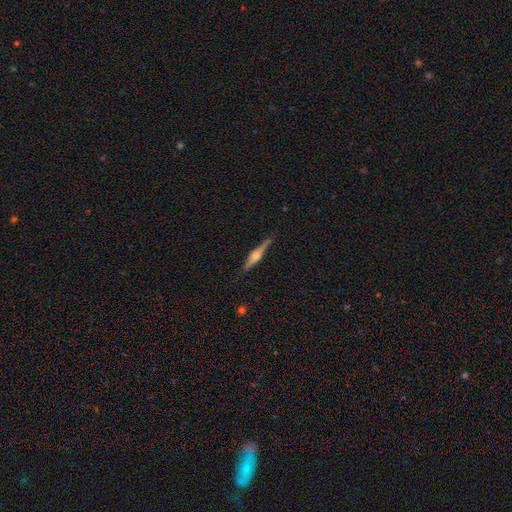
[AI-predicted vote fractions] Smooth or featured? Predicted: featured or disk (p=0.73). Edge-on disk? Predicted: yes (p=0.98). Edge-on bulge? Predicted: rounded (p=0.83). Merging? Predicted: none (p=0.87).